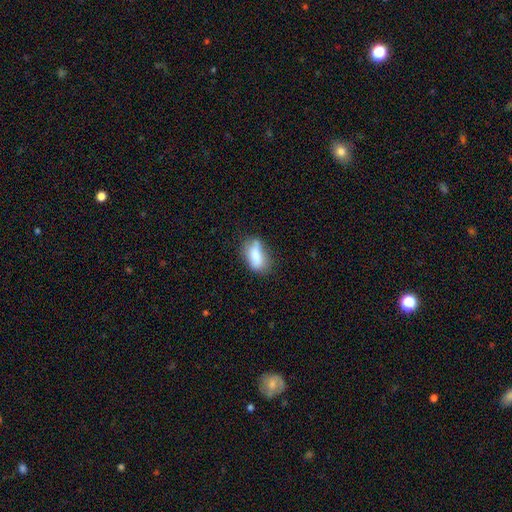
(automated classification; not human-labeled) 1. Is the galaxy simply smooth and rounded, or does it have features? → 73% smooth, 19% featured or disk, 8% star or artifact.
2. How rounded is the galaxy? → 81% in between, 13% cigar-shaped, 6% round.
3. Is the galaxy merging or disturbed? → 58% none, 28% minor disturbance, 9% major disturbance, 4% merger.